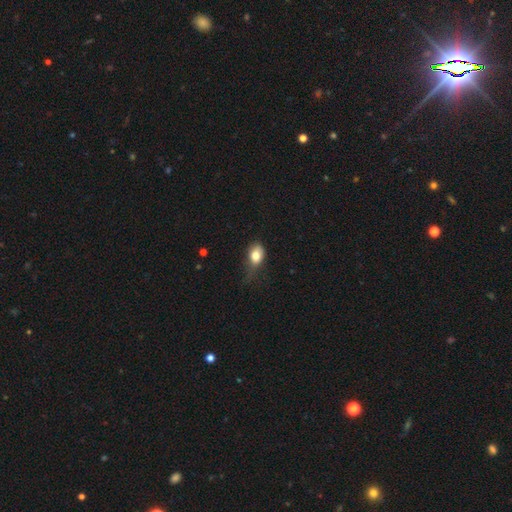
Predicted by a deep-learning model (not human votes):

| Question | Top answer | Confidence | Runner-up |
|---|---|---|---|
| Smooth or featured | smooth | 79% | featured or disk (12%) |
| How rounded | in between | 76% | round (22%) |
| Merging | minor disturbance | 43% | none (33%) |